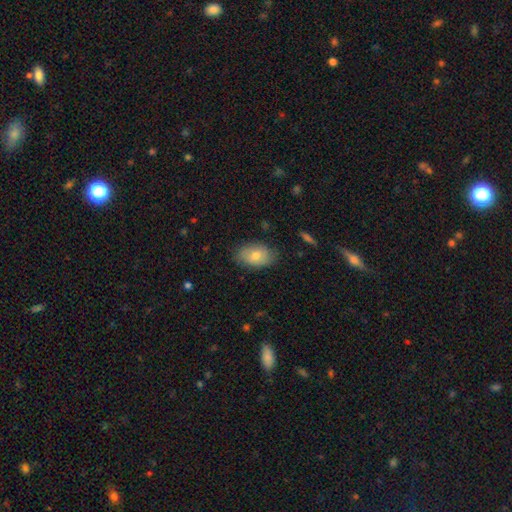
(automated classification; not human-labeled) smooth_or_featured: smooth (p=0.72) [alt: featured or disk p=0.20]
how_rounded: in between (p=0.89) [alt: round p=0.10]
merging: none (p=0.83) [alt: minor disturbance p=0.14]